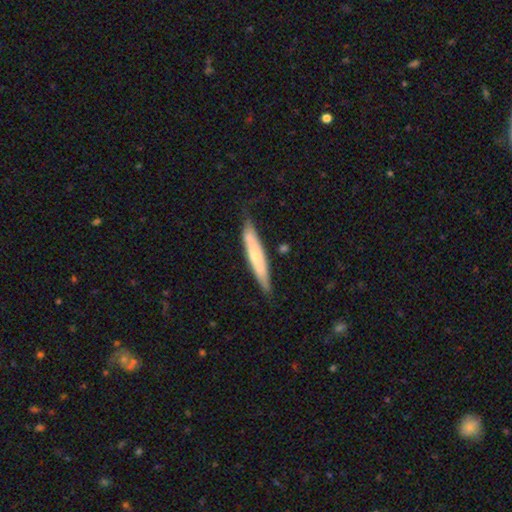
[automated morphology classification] smooth 57%, featured or disk 38%, star or artifact 5%. Down the decision tree: how rounded — cigar-shaped (91%); merging — none (77%).